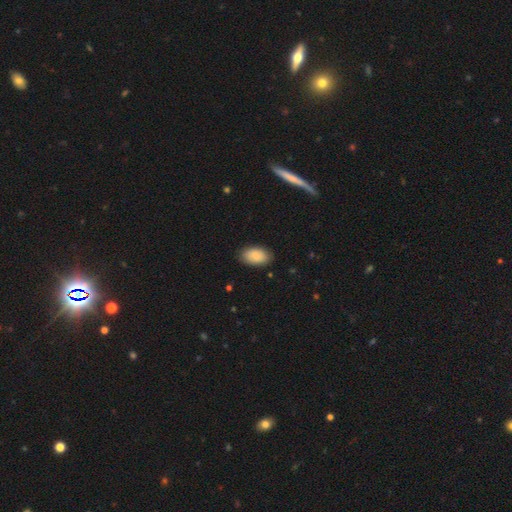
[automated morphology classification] This appears to be a smooth galaxy with no disk features (88%) that is in between round and cigar-shaped (93%). Merging: none (85%).